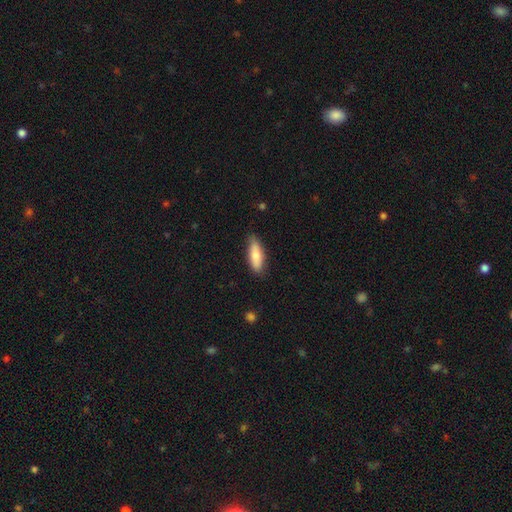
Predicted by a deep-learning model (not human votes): Smooth or featured? Predicted: smooth (p=0.77). How rounded? Predicted: in between (p=0.56). Merging? Predicted: none (p=0.81).